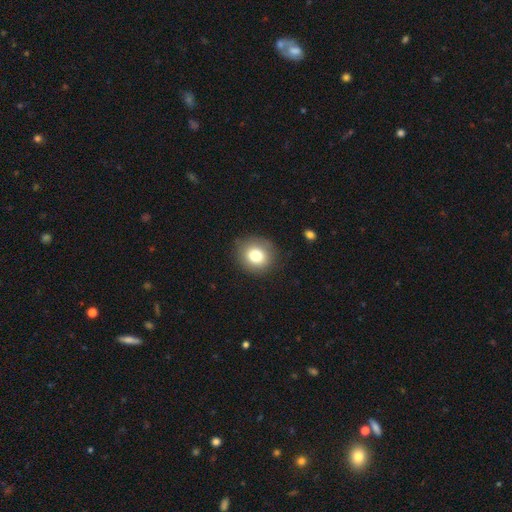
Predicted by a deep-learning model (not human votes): Smooth or featured?
  - smooth: 78% *
  - featured or disk: 11%
  - star or artifact: 11%
How rounded?
  - round: 86% *
  - in between: 14%
  - cigar-shaped: 1%
Merging?
  - none: 86% *
  - minor disturbance: 10%
  - major disturbance: 3%
  - merger: 1%